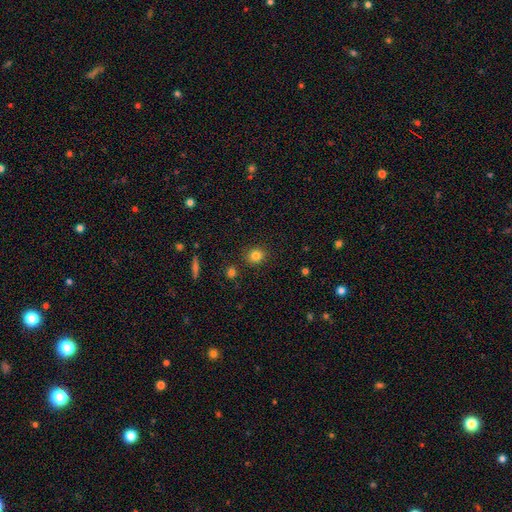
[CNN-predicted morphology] Q: Smooth or featured?
A: smooth (82%); runner-up: star or artifact (12%)
Q: How rounded?
A: round (80%); runner-up: in between (19%)
Q: Merging?
A: none (88%); runner-up: minor disturbance (8%)